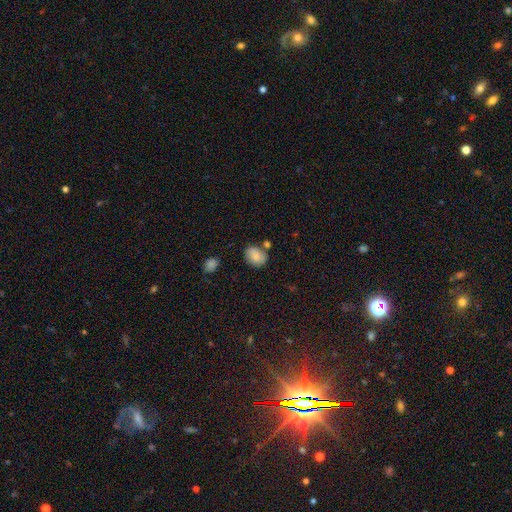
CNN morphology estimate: A smooth galaxy with no disk features (81%) that is in between round and cigar-shaped (54%). Merging: none (66%).